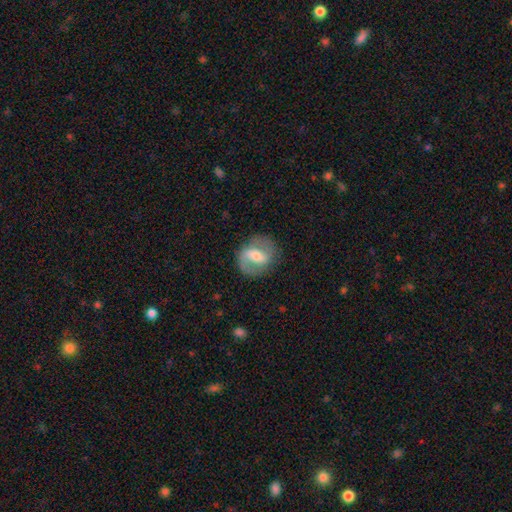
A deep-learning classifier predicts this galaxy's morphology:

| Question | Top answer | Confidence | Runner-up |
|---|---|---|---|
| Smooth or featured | featured or disk | 71% | smooth (23%) |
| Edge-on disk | no | 96% | yes (4%) |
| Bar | strong | 41% | tied: weak (41%) |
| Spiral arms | yes | 83% | no (17%) |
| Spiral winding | medium | 49% | loose (29%) |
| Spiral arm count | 2 | 85% | can't tell (6%) |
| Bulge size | moderate | 51% | small (37%) |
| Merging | none | 80% | minor disturbance (13%) |